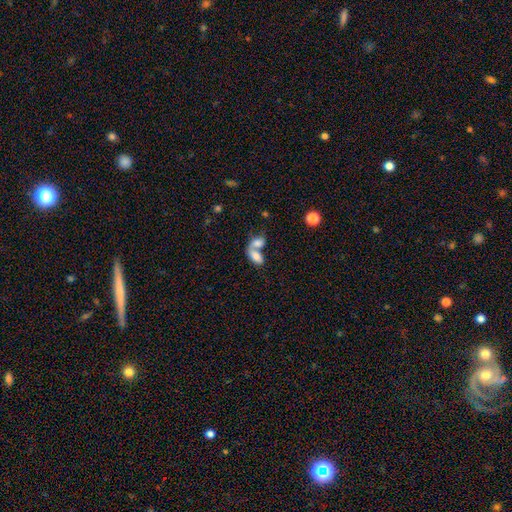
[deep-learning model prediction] A smooth galaxy with no disk features (76%) that is in between round and cigar-shaped (89%).

Vote fractions:
- Smooth or featured? smooth: 76% / featured or disk: 17% / star or artifact: 8%
- How rounded? in between: 89% / round: 7% / cigar-shaped: 4%
- Merging? merger: 74% / none: 16% / minor disturbance: 6% / major disturbance: 5%